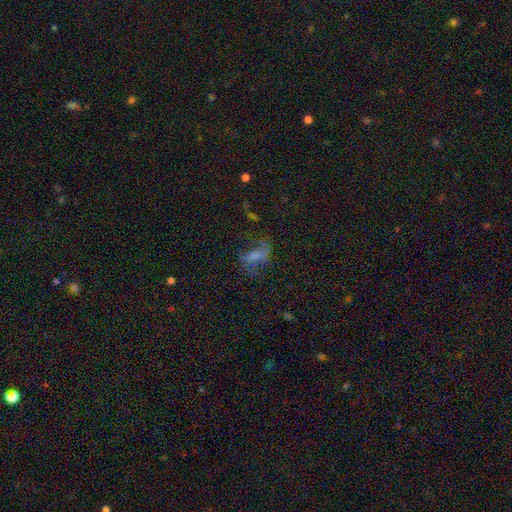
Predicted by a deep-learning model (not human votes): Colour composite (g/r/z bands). It shows a featured or disk galaxy (41%). Merging: major disturbance (40%).